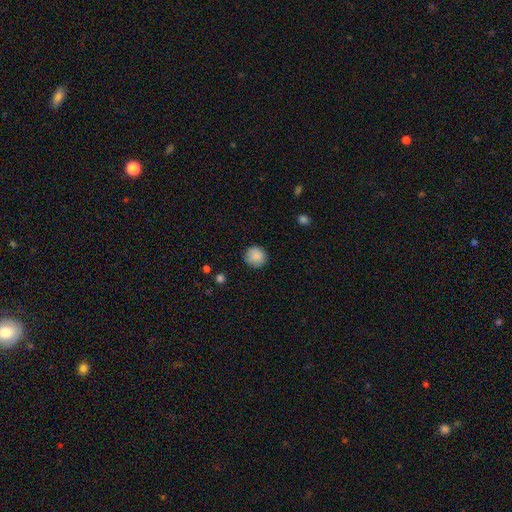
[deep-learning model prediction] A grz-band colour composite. It shows a smooth galaxy with no disk features (88%) that is round (91%). Merging: none (85%).